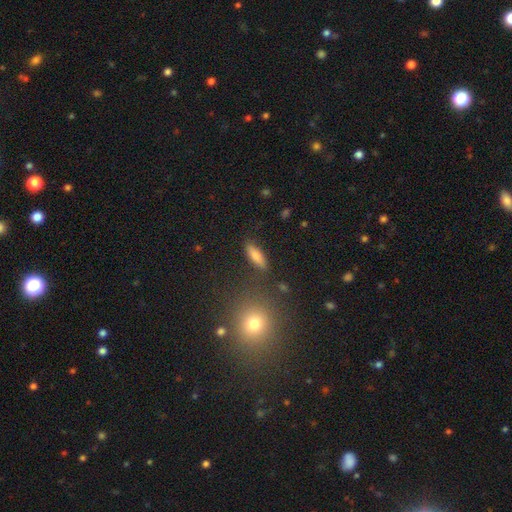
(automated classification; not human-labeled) Smooth or featured? smooth (80%)
How rounded? in between (53%)
Merging? none (82%)